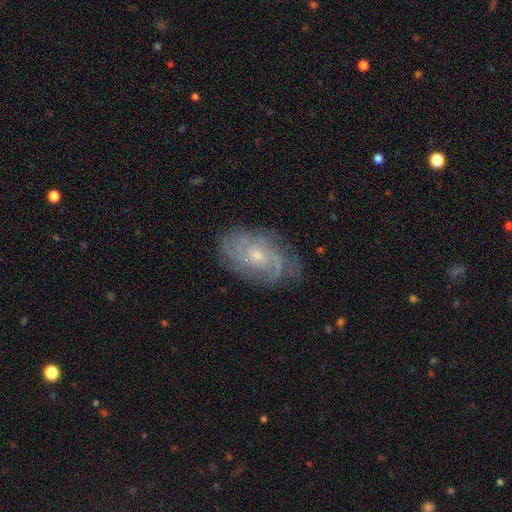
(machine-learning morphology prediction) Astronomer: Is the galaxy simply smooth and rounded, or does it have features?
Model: featured or disk — 76%.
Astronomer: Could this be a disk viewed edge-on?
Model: no — 96%.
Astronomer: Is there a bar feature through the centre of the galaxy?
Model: no — 71%.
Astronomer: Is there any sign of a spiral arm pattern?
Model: yes — 93%.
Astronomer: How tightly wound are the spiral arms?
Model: tight — 57% (runner-up: medium, 32%).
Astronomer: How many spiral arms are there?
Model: can't tell — 40% (runner-up: 2, 22%).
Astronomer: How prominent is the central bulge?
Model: small — 56% (runner-up: moderate, 39%).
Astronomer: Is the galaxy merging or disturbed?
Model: none — 77%.